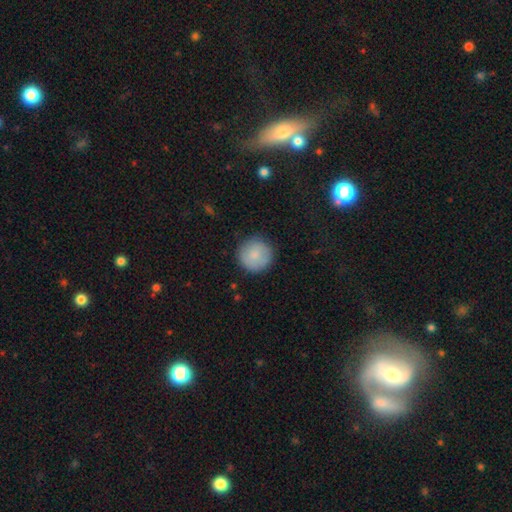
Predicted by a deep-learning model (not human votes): Overall: smooth (82%). How rounded: round (96%). Merging: none (85%).